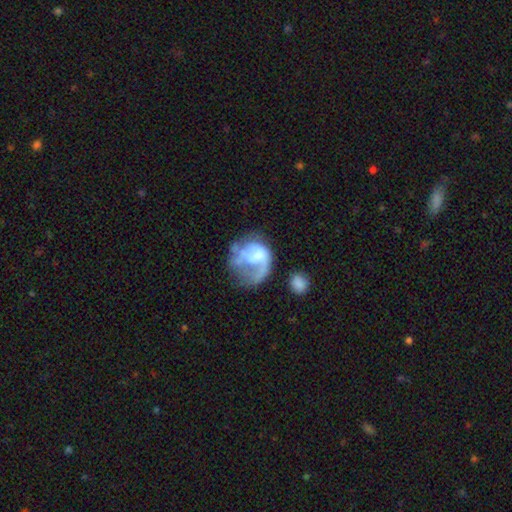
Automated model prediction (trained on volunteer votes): smooth-or-featured: featured or disk: 56% | smooth: 35% | star or artifact: 8%
  disk-edge-on: no: 98% | yes: 2%
    bar: no: 72% | weak: 23% | strong: 5%
    has-spiral-arms: no: 50% (tied) | yes: 50% (tied)
    bulge-size: none: 32% | moderate: 29% | small: 24% | large: 11% | dominant: 3%
  merging: major disturbance: 47% | none: 25% | minor disturbance: 17% | merger: 10%